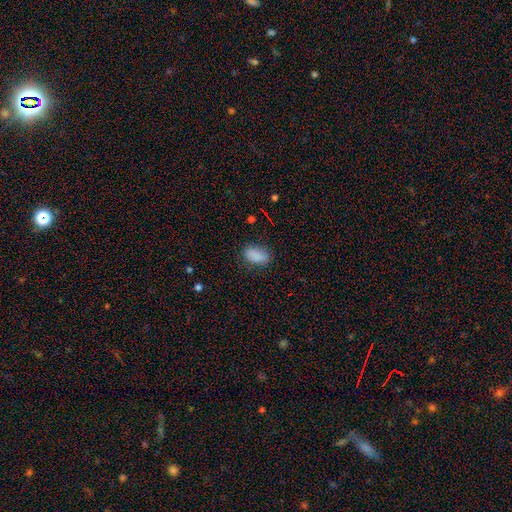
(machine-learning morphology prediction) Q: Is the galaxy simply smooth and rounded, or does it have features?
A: smooth — 86%.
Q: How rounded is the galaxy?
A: in between — 91%.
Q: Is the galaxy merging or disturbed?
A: none — 77%.